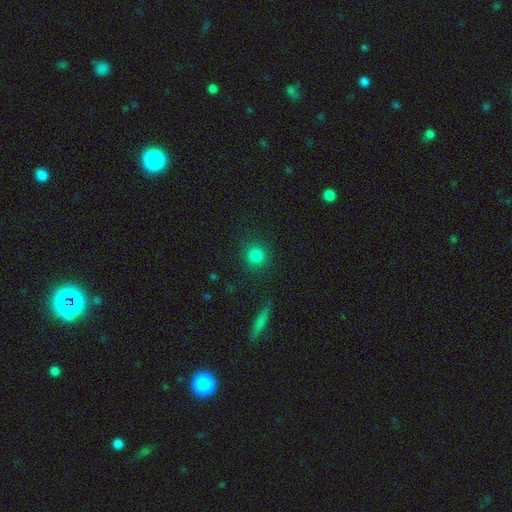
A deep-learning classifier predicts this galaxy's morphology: Overall: smooth (83%). How rounded: round (91%). Merging: none (87%).